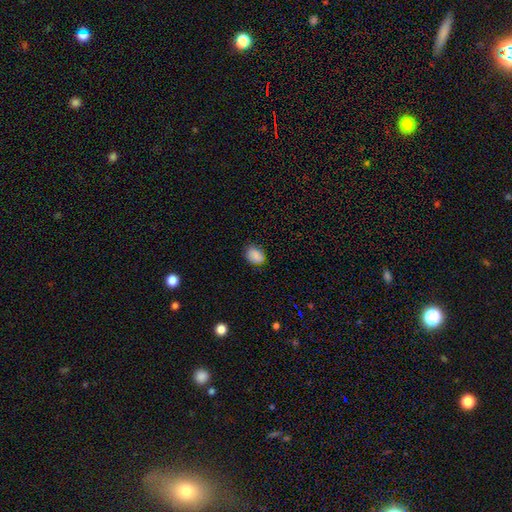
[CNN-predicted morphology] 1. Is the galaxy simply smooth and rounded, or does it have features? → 86% smooth, 8% star or artifact, 6% featured or disk.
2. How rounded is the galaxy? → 67% in between, 32% round, 1% cigar-shaped.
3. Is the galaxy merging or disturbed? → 76% none, 20% minor disturbance, 4% major disturbance, 1% merger.